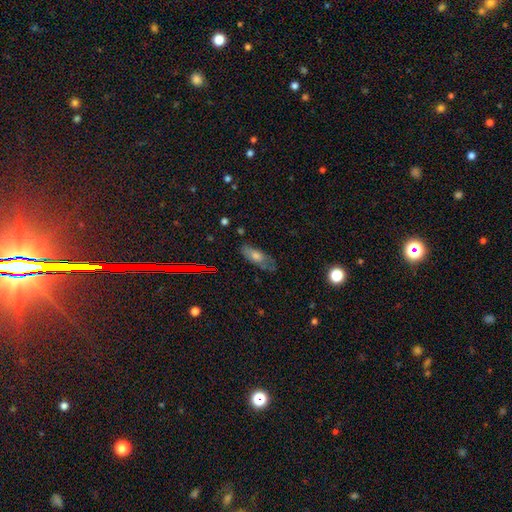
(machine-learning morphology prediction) smooth_or_featured: smooth (p=0.58) [alt: featured or disk p=0.29]
how_rounded: in between (p=0.73) [alt: cigar-shaped p=0.23]
merging: none (p=0.63) [alt: minor disturbance p=0.26]